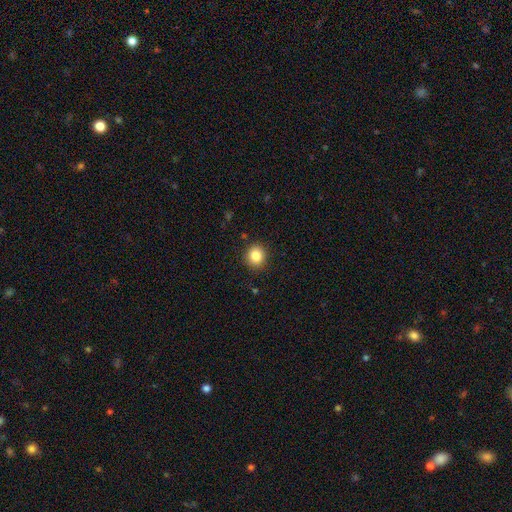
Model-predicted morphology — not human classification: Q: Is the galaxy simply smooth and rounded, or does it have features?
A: smooth — 85%.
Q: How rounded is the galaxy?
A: round — 84%.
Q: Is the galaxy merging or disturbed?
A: none — 89%.